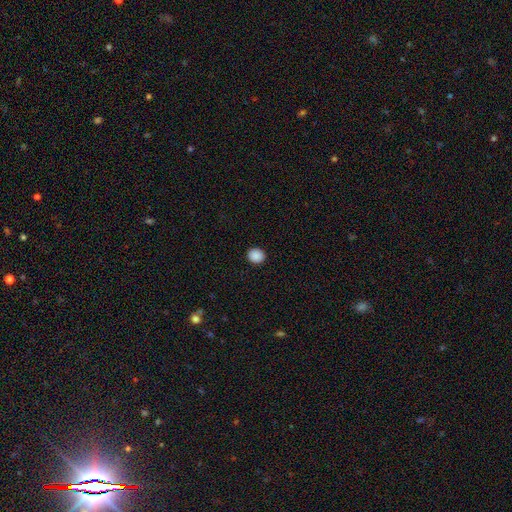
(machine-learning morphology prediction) type=smooth (89%); roundness=round (79%); merging=none (92%).